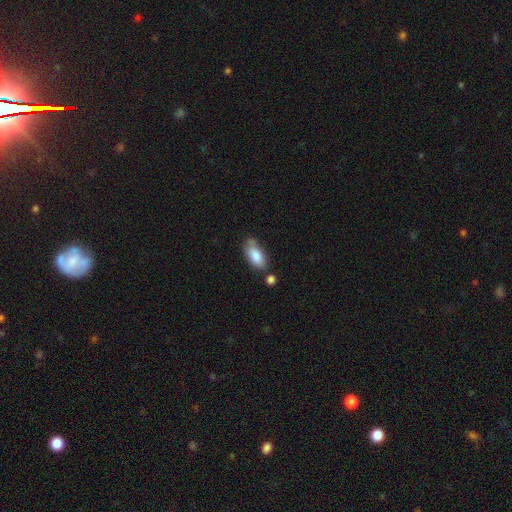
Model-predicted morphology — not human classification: smooth_or_featured: smooth (p=0.84) [alt: featured or disk p=0.09]
how_rounded: in between (p=0.87) [alt: cigar-shaped p=0.10]
merging: none (p=0.56) [alt: minor disturbance p=0.26]